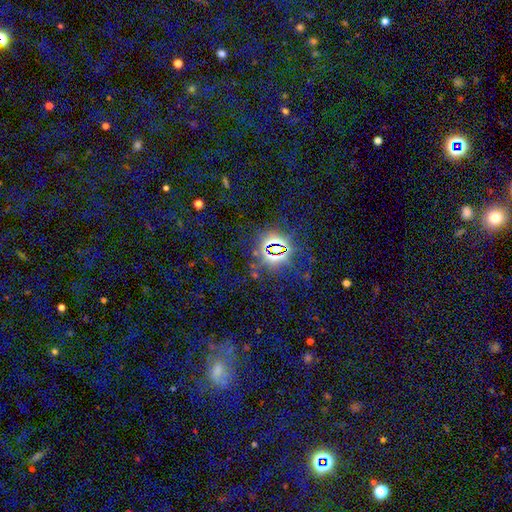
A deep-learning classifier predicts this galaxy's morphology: type=star or artifact (78%).